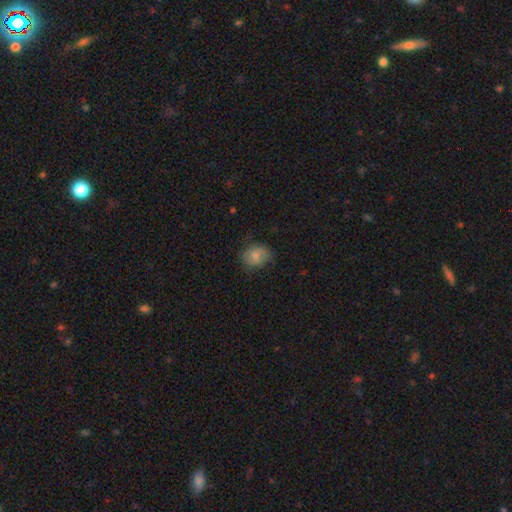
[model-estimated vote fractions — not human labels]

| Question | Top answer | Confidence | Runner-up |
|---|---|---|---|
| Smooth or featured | smooth | 71% | featured or disk (20%) |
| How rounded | round | 54% | in between (45%) |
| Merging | none | 68% | minor disturbance (23%) |